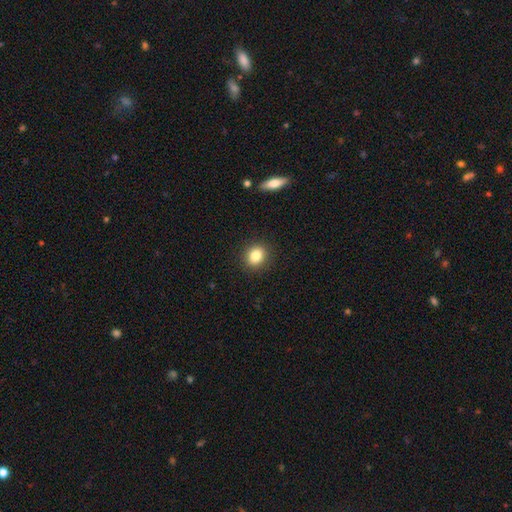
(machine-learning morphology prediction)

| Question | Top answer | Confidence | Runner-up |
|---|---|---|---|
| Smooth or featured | smooth | 84% | star or artifact (10%) |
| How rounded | round | 67% | in between (32%) |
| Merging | none | 90% | minor disturbance (7%) |